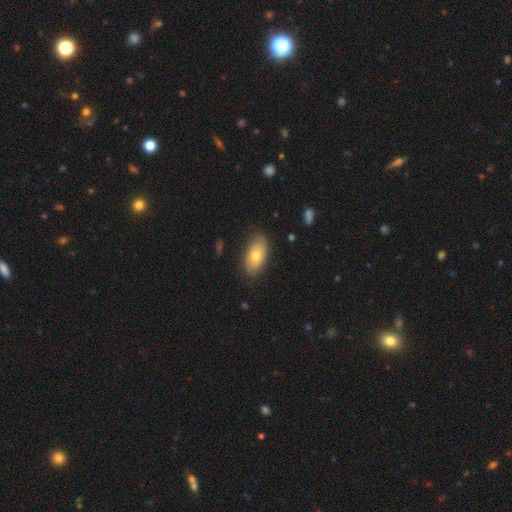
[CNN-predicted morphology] The model was most divided on "smooth or featured": smooth: 70%, featured or disk: 24%, star or artifact: 7%. More confident: how rounded — in between (93%); merging — none (80%).